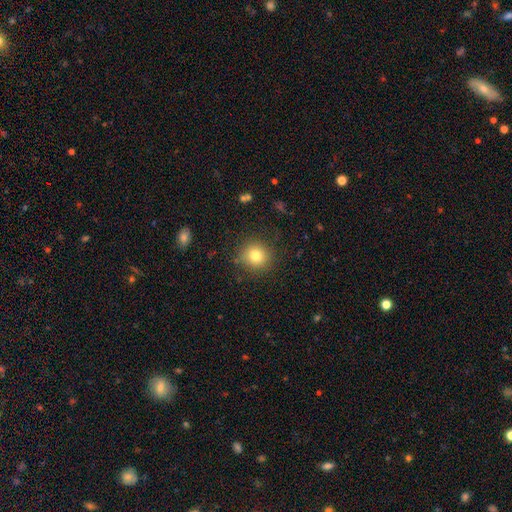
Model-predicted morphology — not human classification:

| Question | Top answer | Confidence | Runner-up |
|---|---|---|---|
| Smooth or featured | smooth | 80% | star or artifact (12%) |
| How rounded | round | 89% | in between (10%) |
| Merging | none | 87% | minor disturbance (9%) |